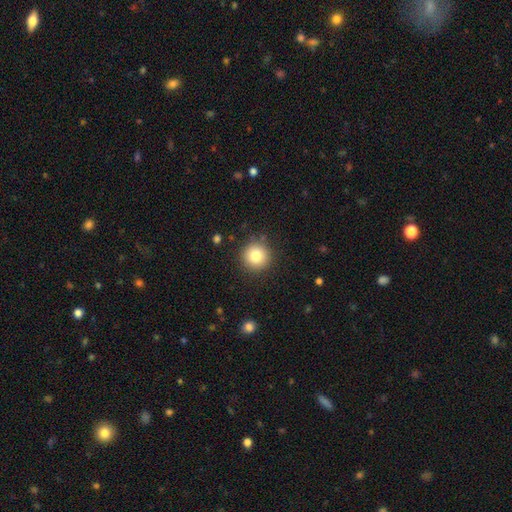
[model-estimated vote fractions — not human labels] smooth 81%, star or artifact 11%, featured or disk 9%. Down the decision tree: how rounded — round (95%); merging — none (89%).